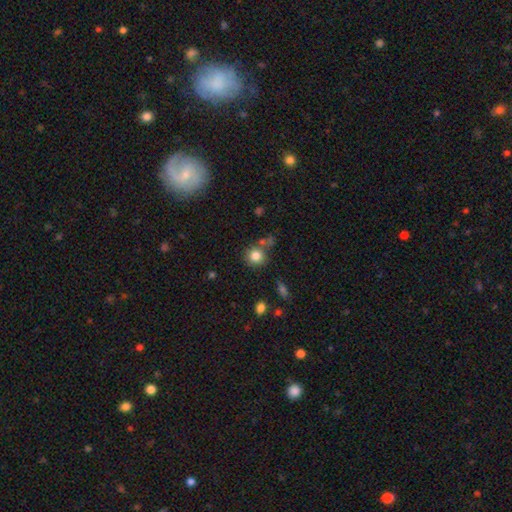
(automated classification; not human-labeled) Smooth or featured? smooth (82%)
How rounded? round (86%)
Merging? none (71%)